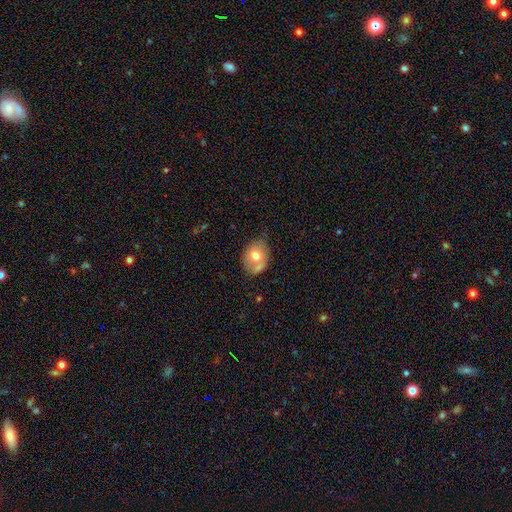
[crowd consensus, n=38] Q: Smooth or featured?
A: smooth (71%); runner-up: featured or disk (24%)
Q: How rounded?
A: in between (63%); runner-up: round (37%)
Q: Merging?
A: none (44%); runner-up: minor disturbance (39%)